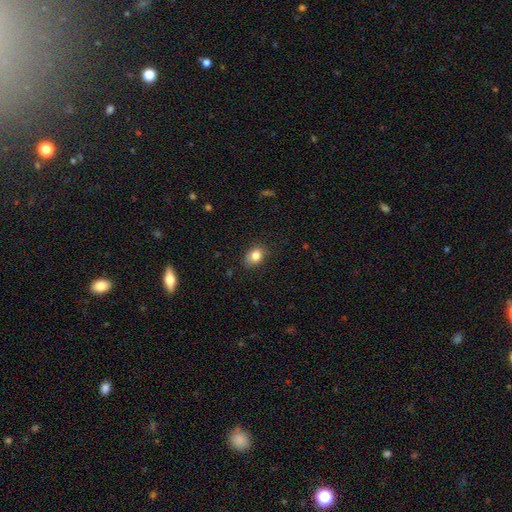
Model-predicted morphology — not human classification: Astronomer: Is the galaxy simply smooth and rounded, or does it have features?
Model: smooth — 82%.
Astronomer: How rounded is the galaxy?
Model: in between — 61% (runner-up: round, 38%).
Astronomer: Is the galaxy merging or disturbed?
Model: none — 79%.